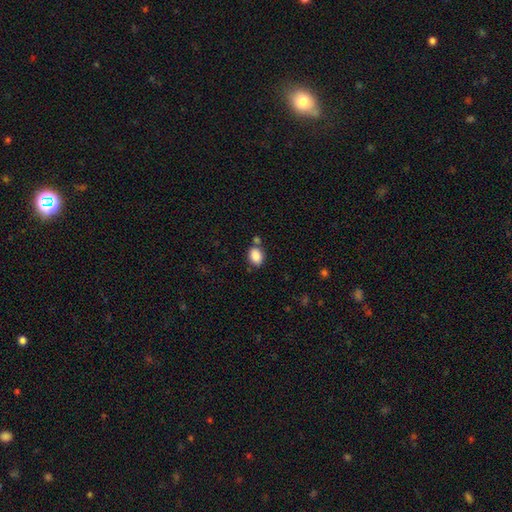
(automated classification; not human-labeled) A smooth galaxy with no disk features (88%) that is in between round and cigar-shaped (75%).

Vote fractions:
- Smooth or featured? smooth: 88% / star or artifact: 8% / featured or disk: 4%
- How rounded? in between: 75% / round: 24% / cigar-shaped: 1%
- Merging? none: 69% / merger: 14% / minor disturbance: 14% / major disturbance: 4%